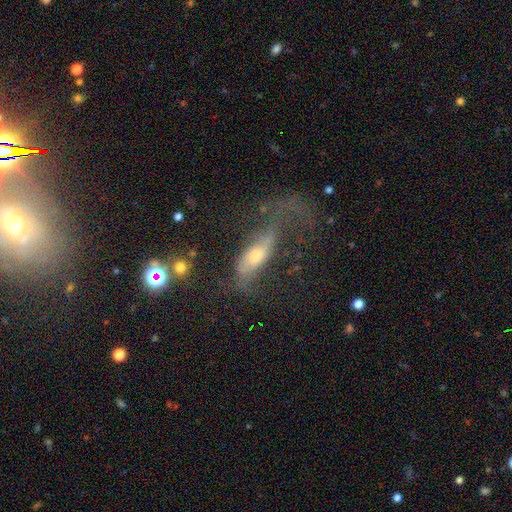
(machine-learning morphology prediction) smooth_or_featured: featured or disk (p=0.49) [alt: smooth p=0.40]
merging: major disturbance (p=0.51) [alt: none p=0.24]